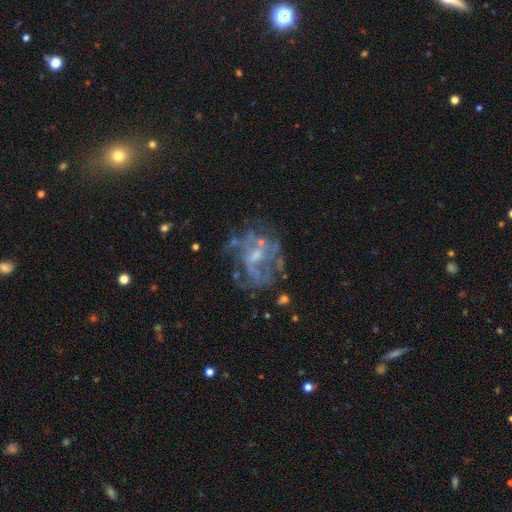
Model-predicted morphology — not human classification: A featured or disk galaxy (75%) with no bar (59%), no spiral arms (55%) and a small central bulge (42%). Merging: none (49%).